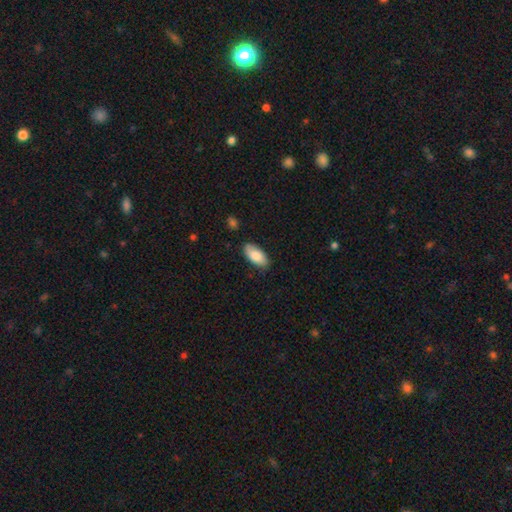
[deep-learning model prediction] Morphology: type=smooth (86%); roundness=in between (93%); merging=none (85%).